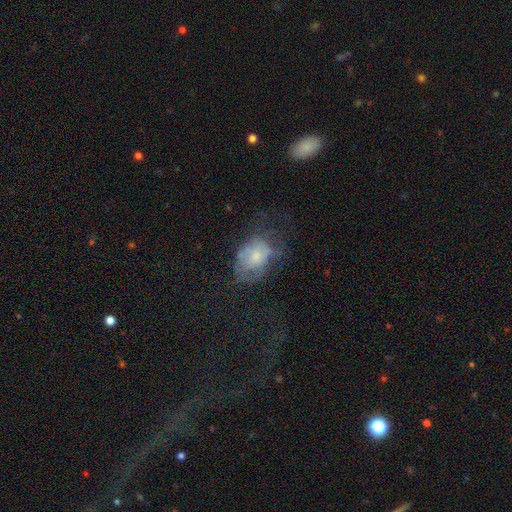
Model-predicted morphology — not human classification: Q: Smooth or featured?
A: smooth (51%); runner-up: featured or disk (37%)
Q: How rounded?
A: in between (72%); runner-up: round (26%)
Q: Merging?
A: none (37%); runner-up: major disturbance (33%)